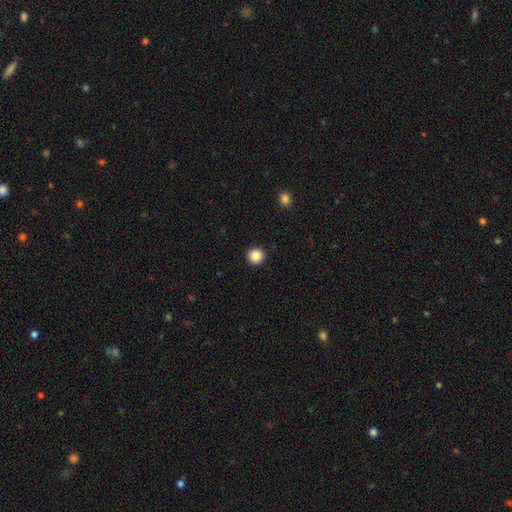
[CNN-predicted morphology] Overall: smooth (86%). How rounded: round (94%). Merging: none (93%).